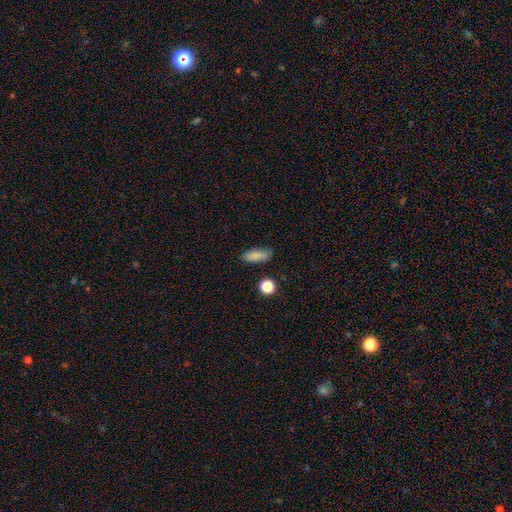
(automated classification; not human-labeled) Overall: smooth (84%). How rounded: in between (70%). Merging: none (79%).